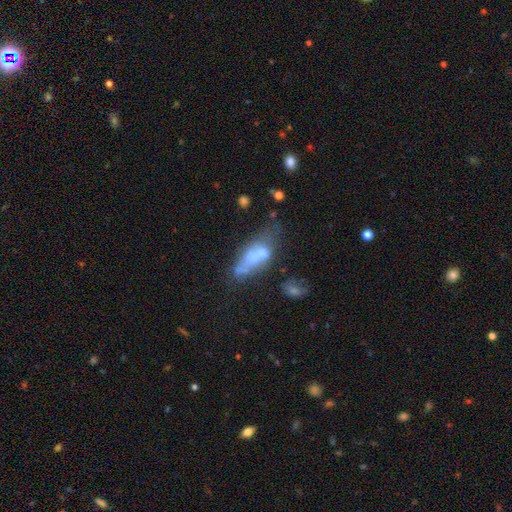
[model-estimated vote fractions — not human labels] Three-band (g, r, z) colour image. It shows a smooth galaxy with no disk features (49%). Merging: none (27%, tied with major disturbance).